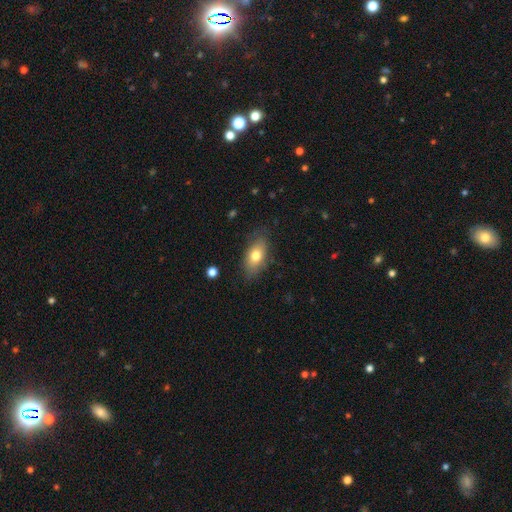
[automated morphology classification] Smooth or featured? smooth (73%)
How rounded? in between (86%)
Merging? none (79%)